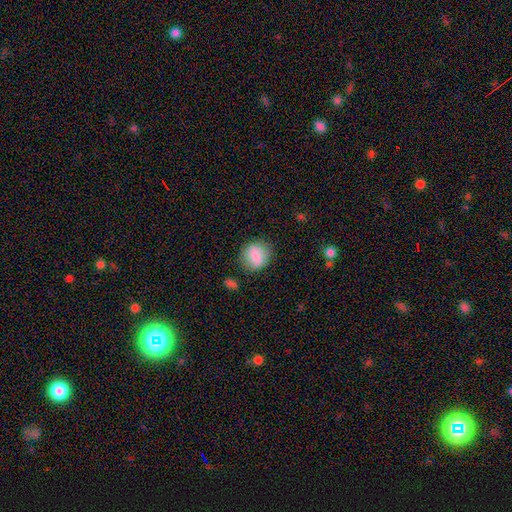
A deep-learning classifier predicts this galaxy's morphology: smooth 81%, featured or disk 11%, star or artifact 8%. Down the decision tree: how rounded — round (69%); merging — none (80%).